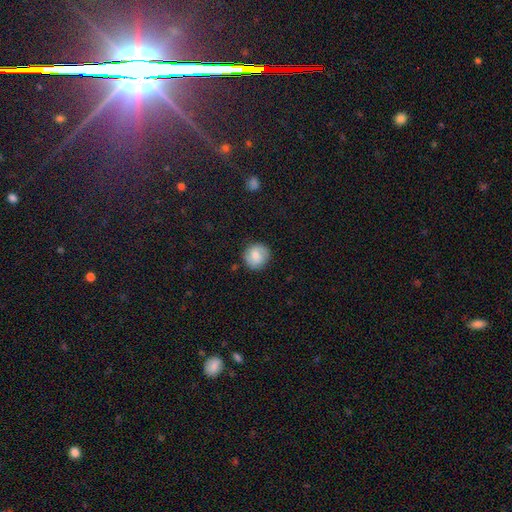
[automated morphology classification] Smooth or featured? Predicted: smooth (p=0.72). How rounded? Predicted: round (p=0.91). Merging? Predicted: none (p=0.85).